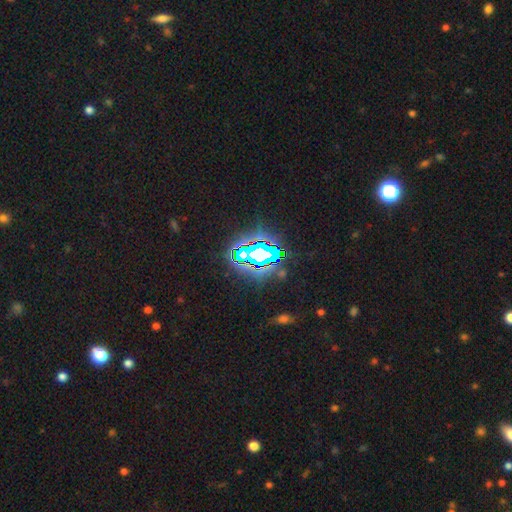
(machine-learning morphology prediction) Smooth or featured? star or artifact (75%)